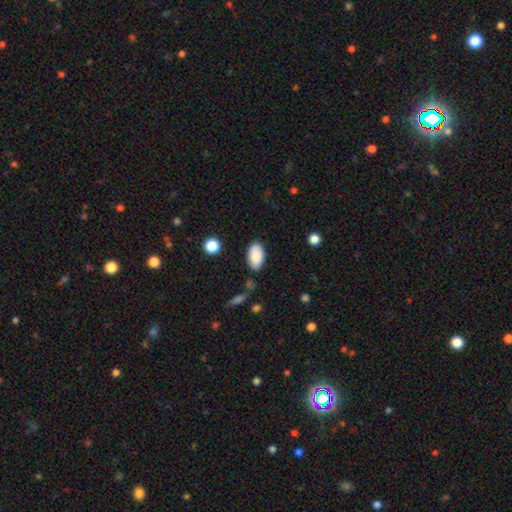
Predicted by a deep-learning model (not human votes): smooth 88%, star or artifact 7%, featured or disk 6%. Down the decision tree: how rounded — in between (95%); merging — none (83%).